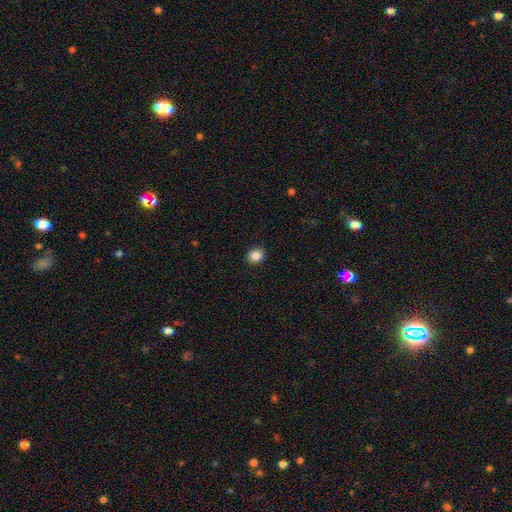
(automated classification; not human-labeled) Smooth or featured: smooth — 86% (star or artifact — 10%)
How rounded: round — 77% (in between — 22%)
Merging: none — 89% (minor disturbance — 8%)